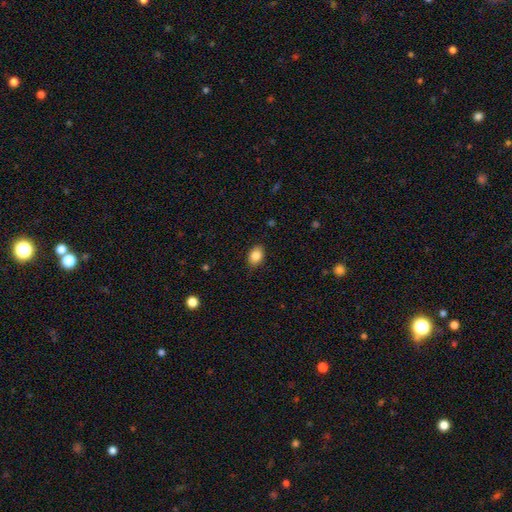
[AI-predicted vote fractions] smooth-or-featured: smooth: 86% | star or artifact: 9% | featured or disk: 6%
  how-rounded: in between: 77% | round: 22% | cigar-shaped: 1%
  merging: none: 84% | minor disturbance: 12% | major disturbance: 2% | merger: 1%